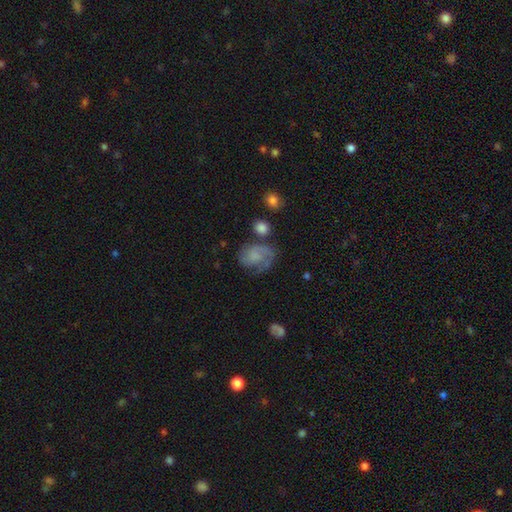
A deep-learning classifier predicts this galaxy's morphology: Q: Smooth or featured?
A: featured or disk (55%); runner-up: smooth (35%)
Q: Edge-on disk?
A: no (98%); runner-up: yes (2%)
Q: Bar?
A: no (72%); runner-up: weak (24%)
Q: Spiral arms?
A: yes (85%); runner-up: no (15%)
Q: Bulge size?
A: none (50%); runner-up: small (23%)
Q: Merging?
A: none (46%); runner-up: minor disturbance (24%)